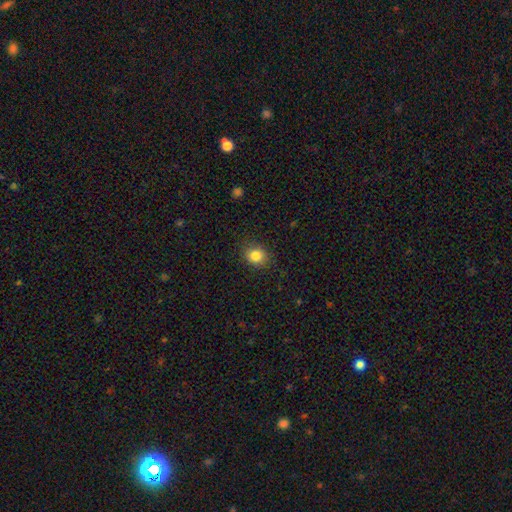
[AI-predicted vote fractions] This appears to be a smooth galaxy with no disk features (84%) that is round (72%). Merging: none (86%).